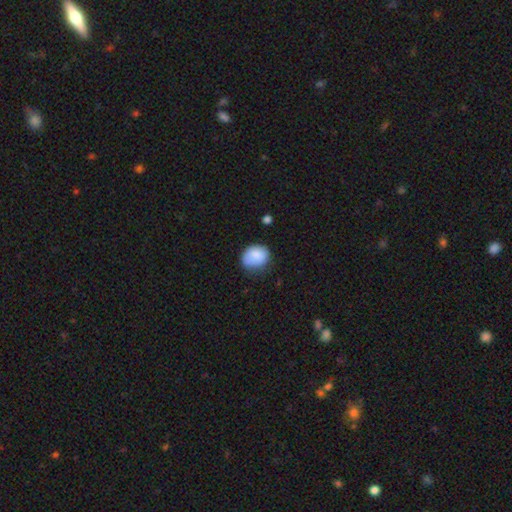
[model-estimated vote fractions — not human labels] smooth 85%, star or artifact 8%, featured or disk 7%. Down the decision tree: how rounded — round (51%); merging — none (65%).